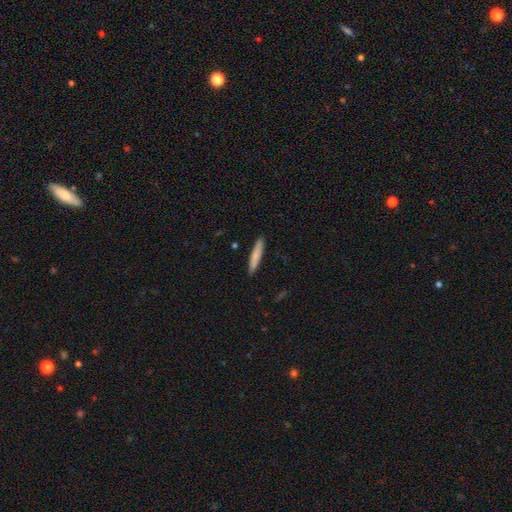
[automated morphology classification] Q: Smooth or featured?
A: smooth (77%); runner-up: featured or disk (17%)
Q: How rounded?
A: cigar-shaped (92%); runner-up: in between (7%)
Q: Merging?
A: none (90%); runner-up: minor disturbance (7%)